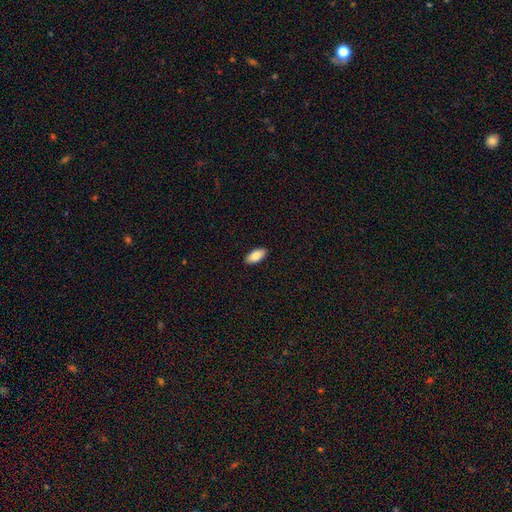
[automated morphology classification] Smooth or featured? smooth (86%)
How rounded? in between (91%)
Merging? none (90%)